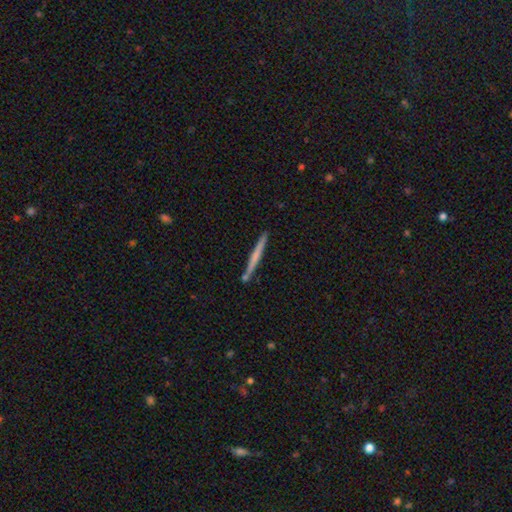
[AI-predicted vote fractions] The model was most divided on "smooth or featured": smooth: 52%, featured or disk: 42%, star or artifact: 6%. More confident: how rounded — cigar-shaped (97%); merging — none (82%).